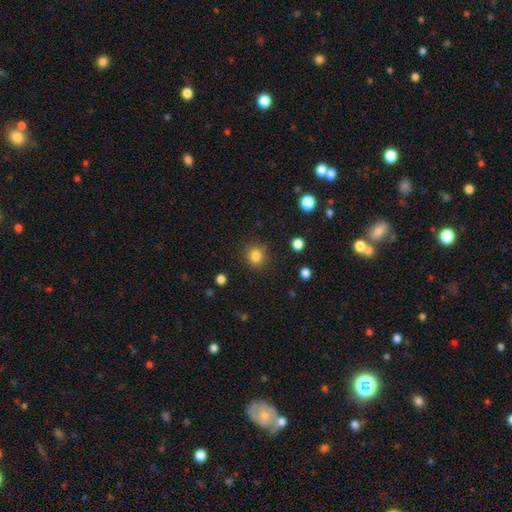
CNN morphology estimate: Overall: smooth (83%). How rounded: round (80%). Merging: none (87%).